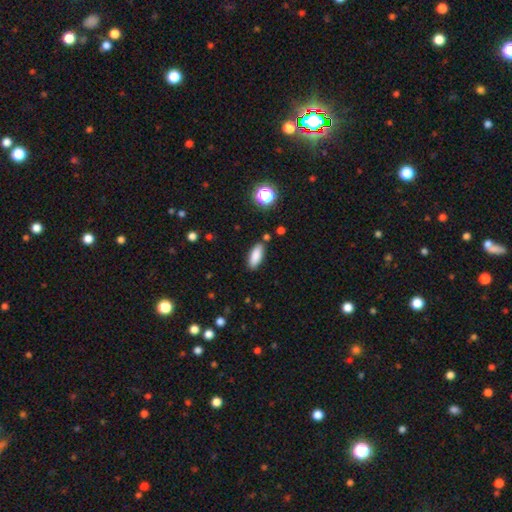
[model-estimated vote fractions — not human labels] Overall: smooth (85%). How rounded: in between (74%). Merging: none (84%).